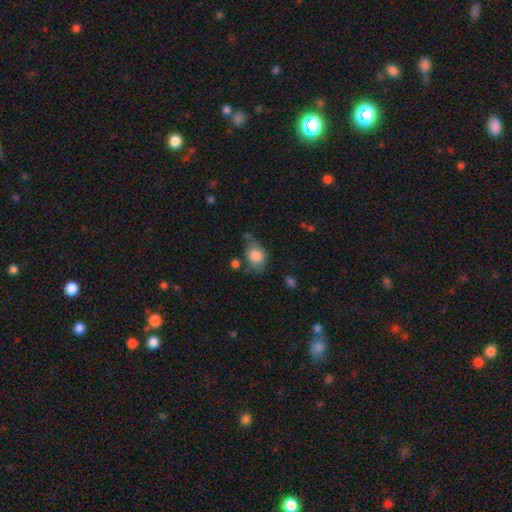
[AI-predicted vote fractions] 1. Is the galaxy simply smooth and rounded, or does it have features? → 78% smooth, 15% featured or disk, 7% star or artifact.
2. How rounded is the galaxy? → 77% in between, 21% round, 2% cigar-shaped.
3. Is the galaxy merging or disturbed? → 51% none, 30% minor disturbance, 12% major disturbance, 7% merger.